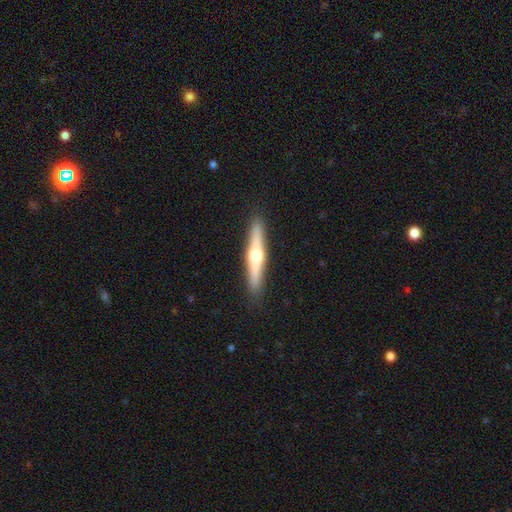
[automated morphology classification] Q: Smooth or featured?
A: featured or disk (62%); runner-up: smooth (33%)
Q: Edge-on disk?
A: yes (97%); runner-up: no (3%)
Q: Edge-on bulge?
A: rounded (90%); runner-up: none (5%)
Q: Merging?
A: none (91%); runner-up: minor disturbance (7%)